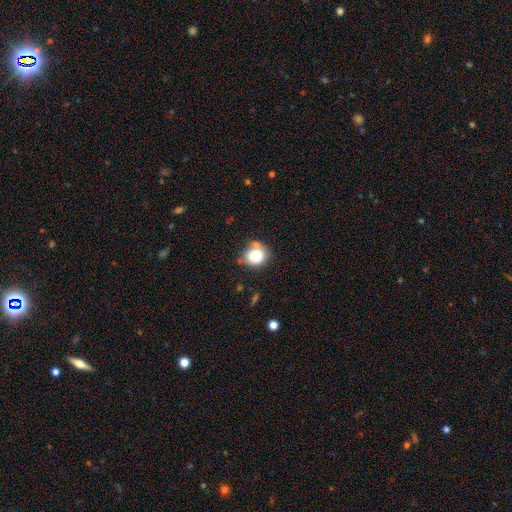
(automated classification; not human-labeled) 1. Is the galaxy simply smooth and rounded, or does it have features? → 82% smooth, 10% star or artifact, 9% featured or disk.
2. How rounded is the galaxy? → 81% round, 18% in between, 1% cigar-shaped.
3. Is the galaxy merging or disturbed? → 60% none, 21% minor disturbance, 12% merger, 7% major disturbance.